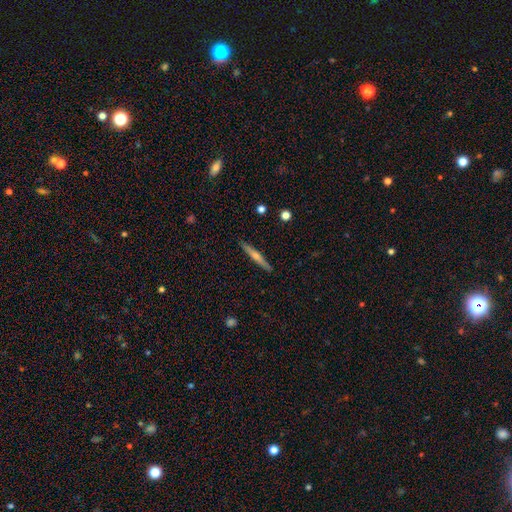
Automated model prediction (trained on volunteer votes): Smooth or featured?
  - featured or disk: 62% *
  - smooth: 31%
  - star or artifact: 6%
Edge-on disk?
  - yes: 97% *
  - no: 3%
Edge-on bulge?
  - rounded: 80% *
  - none: 16%
  - boxy: 4%
Merging?
  - none: 91% *
  - minor disturbance: 6%
  - major disturbance: 1%
  - merger: 1%